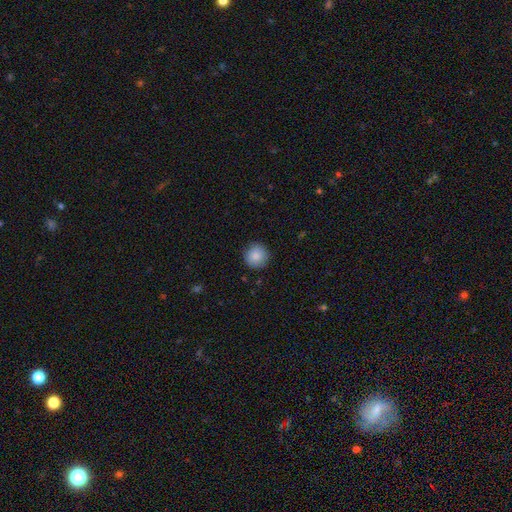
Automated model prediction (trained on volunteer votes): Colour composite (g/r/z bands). It shows a smooth galaxy with no disk features (87%) that is round (94%). Merging: none (89%).